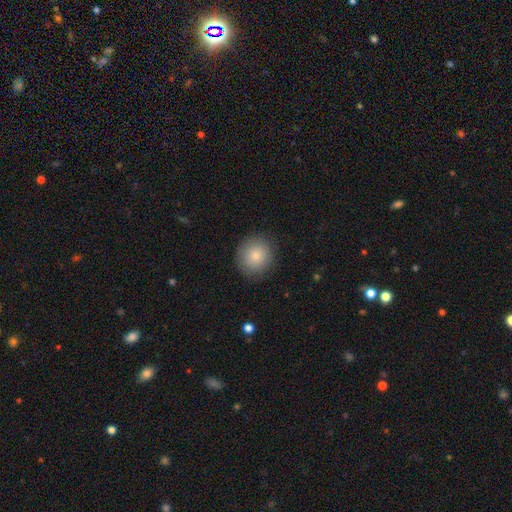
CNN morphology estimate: This is clearly a smooth galaxy (82%). How rounded: clearly round (90%). Merging: clearly none (87%).